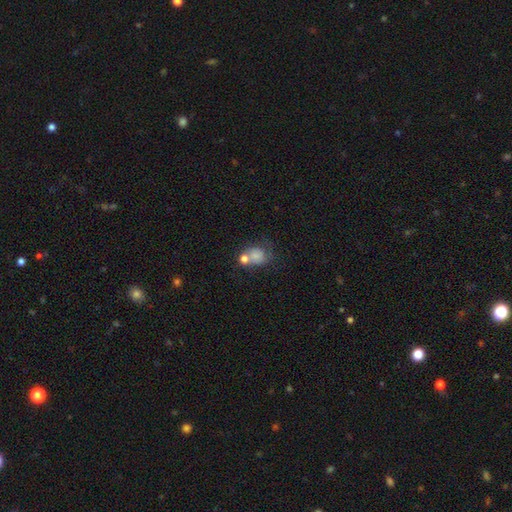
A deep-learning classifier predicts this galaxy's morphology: Overall: smooth (68%). How rounded: round (64%; in between 35%). Merging: merger (36%; none 33%).